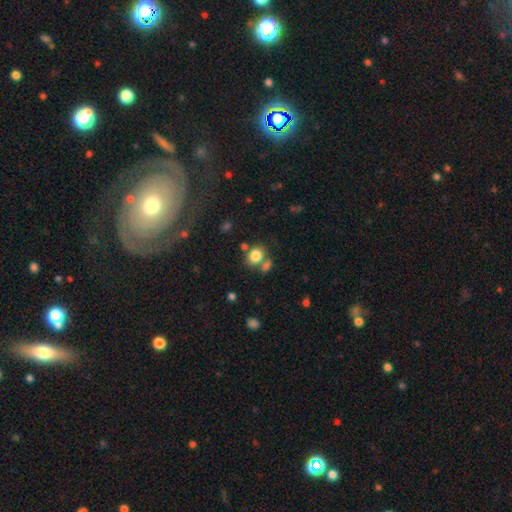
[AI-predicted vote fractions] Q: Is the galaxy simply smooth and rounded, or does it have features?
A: smooth — 83%.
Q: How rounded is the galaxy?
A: in between — 51%.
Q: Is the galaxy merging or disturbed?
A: none — 59%.